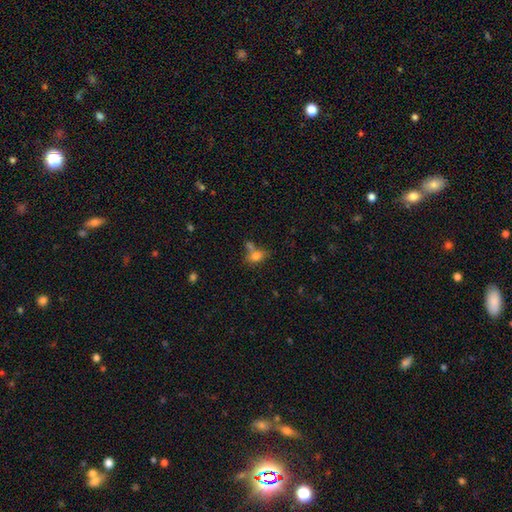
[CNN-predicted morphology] Smooth or featured? Predicted: smooth (p=0.75). How rounded? Predicted: in between (p=0.76). Merging? Predicted: none (p=0.42).